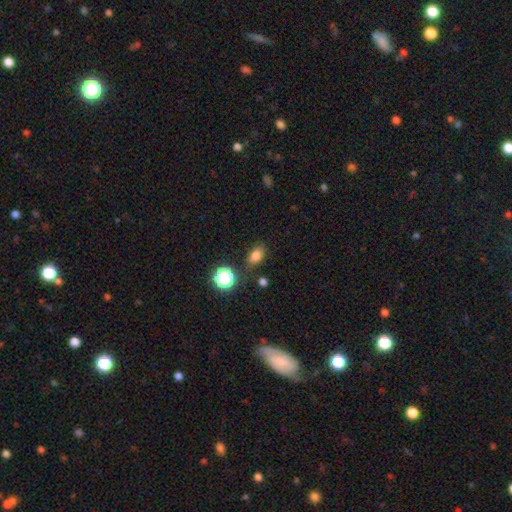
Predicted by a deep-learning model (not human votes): Smooth or featured? smooth (78%)
How rounded? in between (76%)
Merging? none (75%)